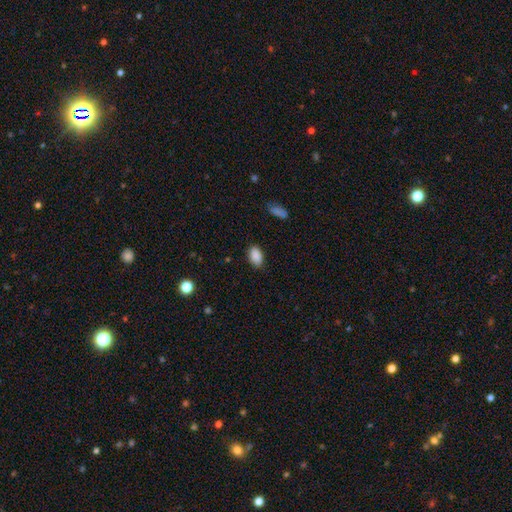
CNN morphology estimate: Q: Smooth or featured?
A: smooth (89%); runner-up: star or artifact (8%)
Q: How rounded?
A: in between (91%); runner-up: round (8%)
Q: Merging?
A: none (83%); runner-up: minor disturbance (13%)